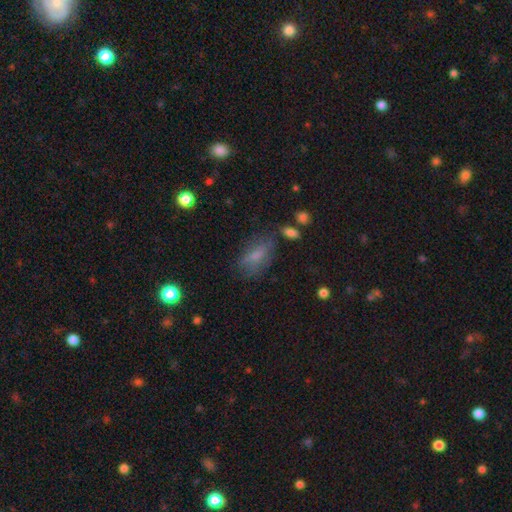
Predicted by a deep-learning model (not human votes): Q: Smooth or featured?
A: smooth (65%); runner-up: featured or disk (24%)
Q: How rounded?
A: in between (81%); runner-up: cigar-shaped (13%)
Q: Merging?
A: none (60%); runner-up: minor disturbance (23%)